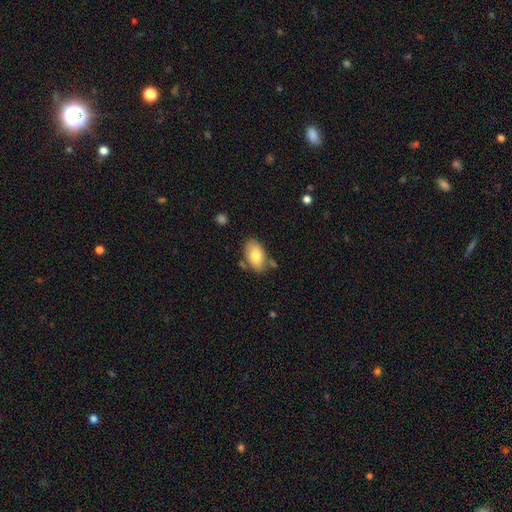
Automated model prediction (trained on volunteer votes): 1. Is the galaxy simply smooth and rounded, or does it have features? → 76% smooth, 17% featured or disk, 7% star or artifact.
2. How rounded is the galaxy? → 92% in between, 6% round, 2% cigar-shaped.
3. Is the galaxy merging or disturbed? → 71% none, 18% minor disturbance, 7% merger, 4% major disturbance.